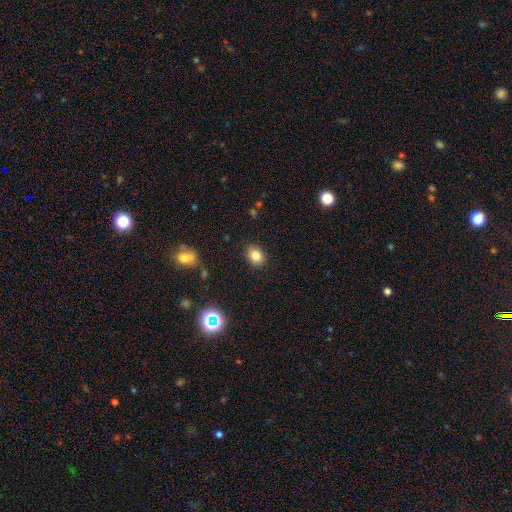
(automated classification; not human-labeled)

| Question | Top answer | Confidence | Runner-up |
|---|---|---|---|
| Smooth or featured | smooth | 82% | star or artifact (11%) |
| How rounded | in between | 59% | round (40%) |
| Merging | none | 87% | minor disturbance (9%) |